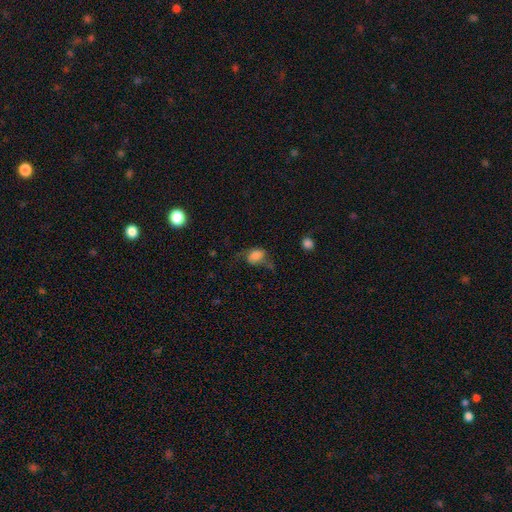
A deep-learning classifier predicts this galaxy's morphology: Smooth or featured?
  - smooth: 72% *
  - featured or disk: 17%
  - star or artifact: 10%
How rounded?
  - in between: 73% *
  - round: 25%
  - cigar-shaped: 2%
Merging?
  - none: 38% *
  - minor disturbance: 29%
  - major disturbance: 28%
  - merger: 4%